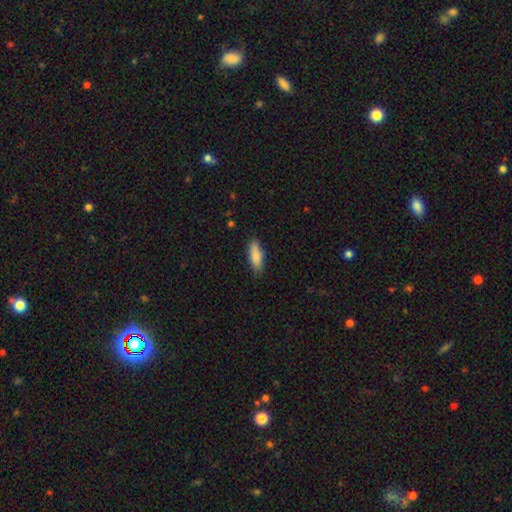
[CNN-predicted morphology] Overall: smooth (87%). How rounded: in between (61%; cigar-shaped 37%). Merging: none (85%).